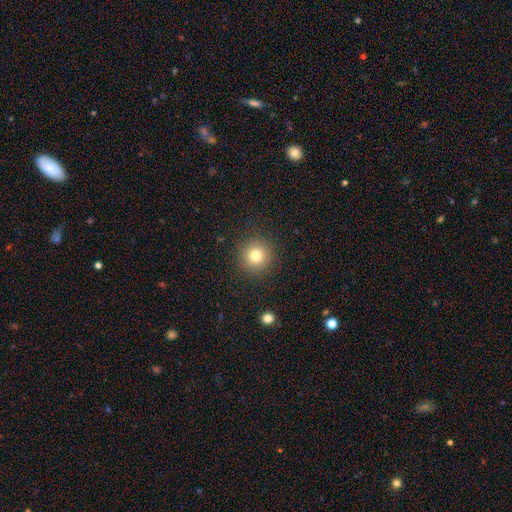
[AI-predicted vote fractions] This is likely a smooth galaxy (78%). How rounded: clearly round (95%). Merging: clearly none (90%).